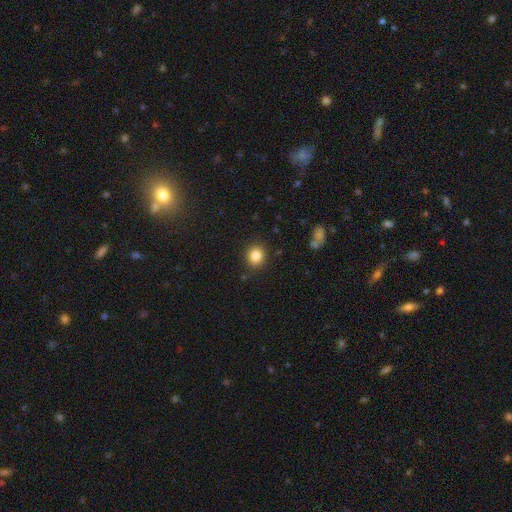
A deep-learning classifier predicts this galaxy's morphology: smooth 85%, star or artifact 10%, featured or disk 5%. Down the decision tree: how rounded — round (79%); merging — none (88%).